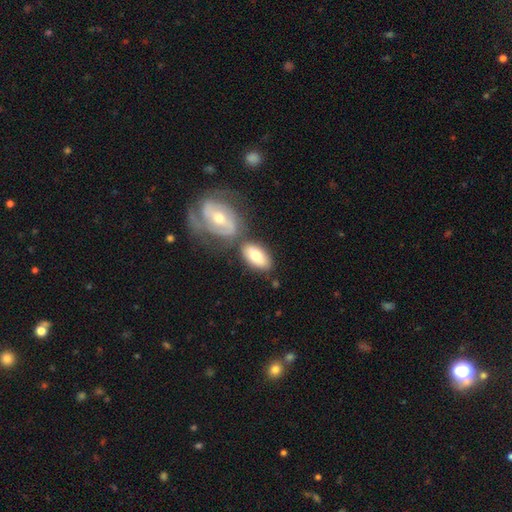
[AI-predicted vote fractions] This appears to be a smooth galaxy with no disk features (69%) that is in between round and cigar-shaped (92%). Merging: none (54%).